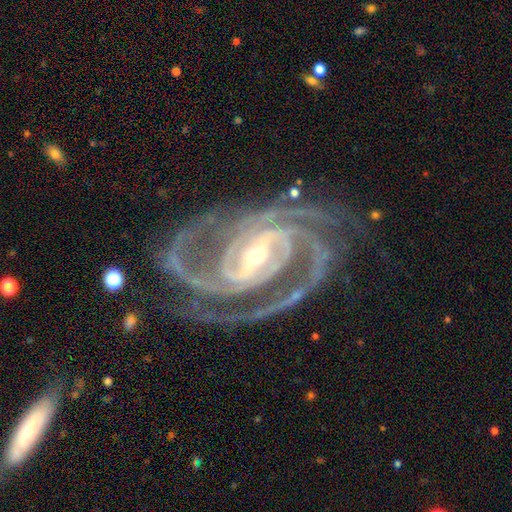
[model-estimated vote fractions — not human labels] Smooth or featured? featured or disk (94%)
Edge-on disk? no (97%)
Bar? strong (55%)
Spiral arms? yes (99%)
Spiral winding? tight (59%)
Spiral arm count? 3 (37%)
Bulge size? small (60%)
Merging? none (71%)